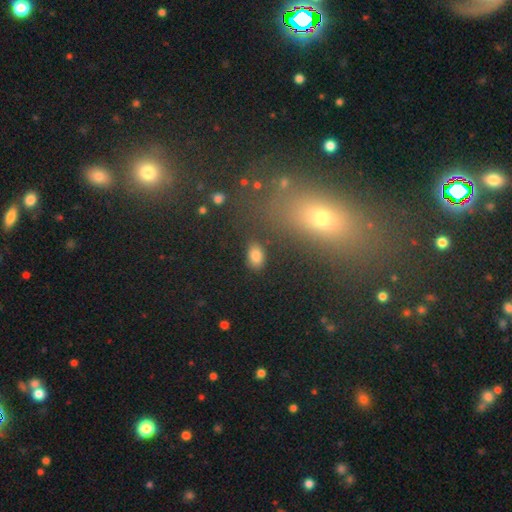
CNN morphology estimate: A smooth galaxy with no disk features (82%) that is in between round and cigar-shaped (85%). Merging: none (84%).